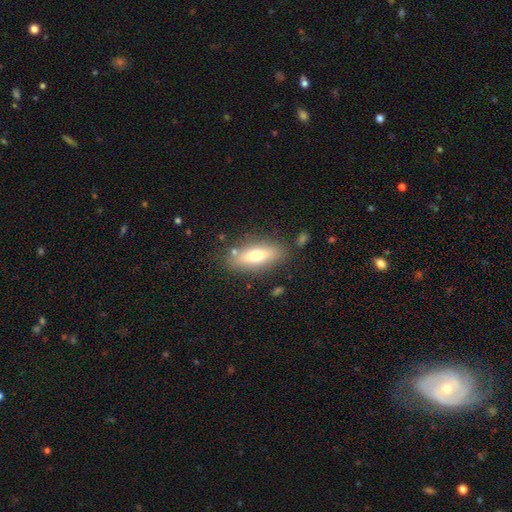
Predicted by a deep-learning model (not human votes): smooth-or-featured: smooth: 62% | featured or disk: 30% | star or artifact: 8%
  how-rounded: in between: 66% | cigar-shaped: 31% | round: 3%
  merging: none: 81% | minor disturbance: 12% | merger: 4% | major disturbance: 4%